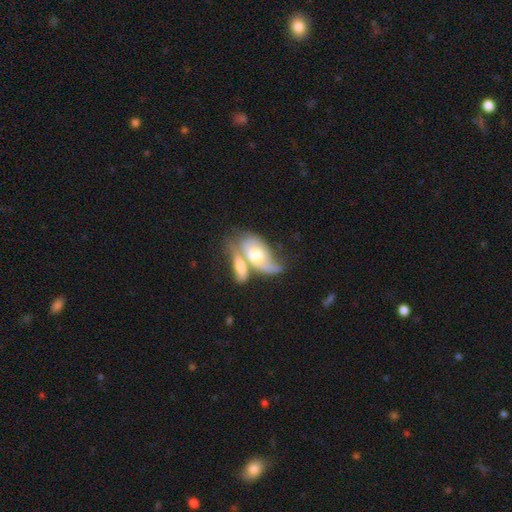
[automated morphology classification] A smooth galaxy with no disk features (50%). Merging: merger (57%).